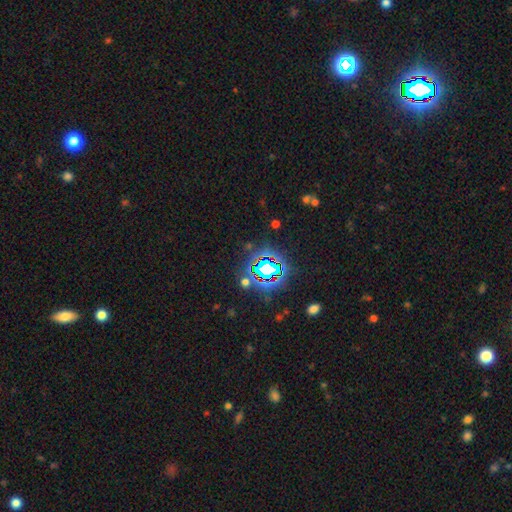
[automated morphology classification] smooth_or_featured: star or artifact (p=0.81) [alt: smooth p=0.11]